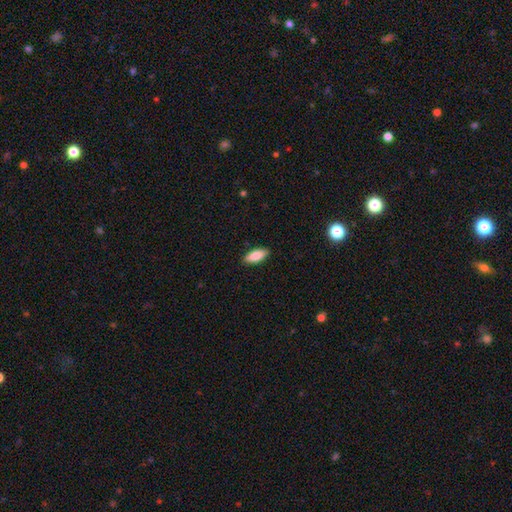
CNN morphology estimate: Smooth or featured? Predicted: smooth (p=0.85). How rounded? Predicted: in between (p=0.77). Merging? Predicted: none (p=0.89).